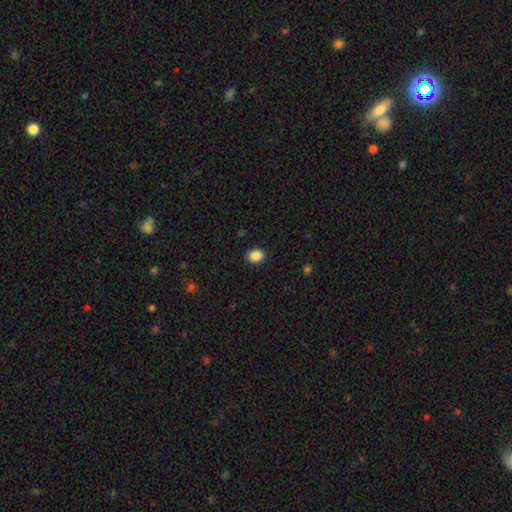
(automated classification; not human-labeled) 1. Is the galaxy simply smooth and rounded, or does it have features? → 88% smooth, 9% star or artifact, 3% featured or disk.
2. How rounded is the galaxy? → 55% round, 44% in between, 1% cigar-shaped.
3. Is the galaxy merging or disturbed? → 91% none, 6% minor disturbance, 2% major disturbance, 1% merger.